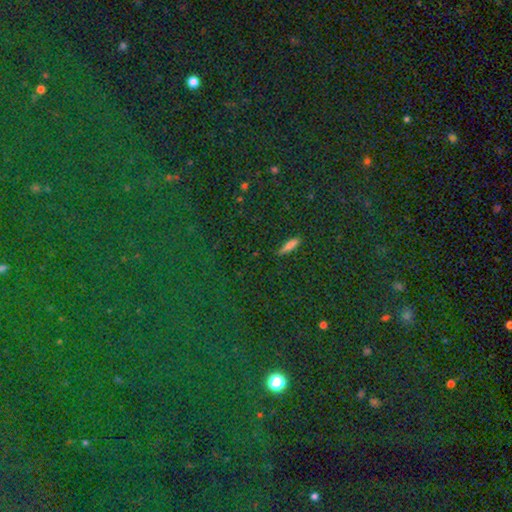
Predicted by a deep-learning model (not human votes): A star or artifact, not a galaxy (80%).